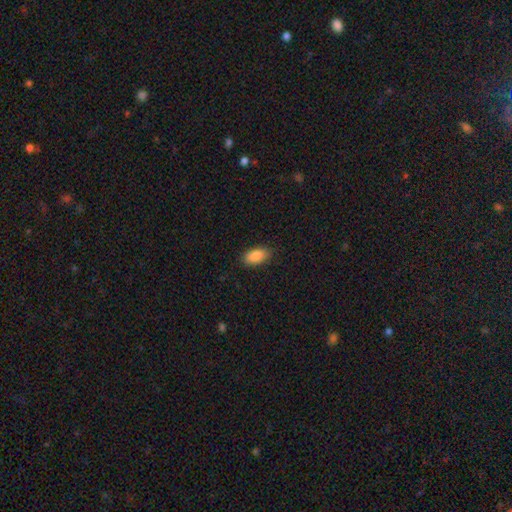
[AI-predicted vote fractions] smooth-or-featured: smooth: 89% | star or artifact: 7% | featured or disk: 4%
  how-rounded: in between: 93% | cigar-shaped: 4% | round: 3%
  merging: none: 87% | minor disturbance: 9% | major disturbance: 2% | merger: 1%